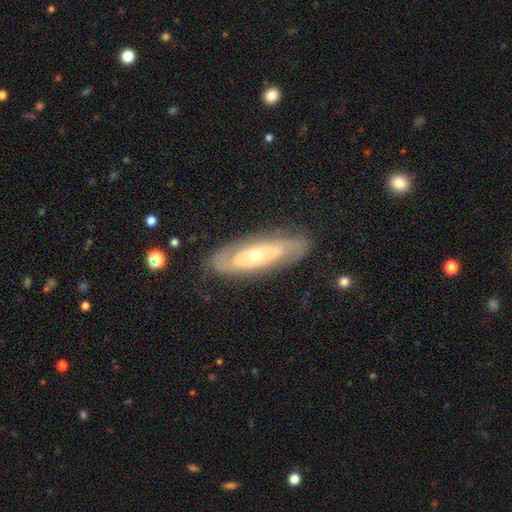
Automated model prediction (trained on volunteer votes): Q: Smooth or featured?
A: featured or disk (73%); runner-up: smooth (21%)
Q: Edge-on disk?
A: no (81%); runner-up: yes (19%)
Q: Bar?
A: no (79%); runner-up: weak (15%)
Q: Spiral arms?
A: yes (57%); runner-up: no (43%)
Q: Bulge size?
A: moderate (52%); runner-up: small (44%)
Q: Merging?
A: none (81%); runner-up: minor disturbance (13%)